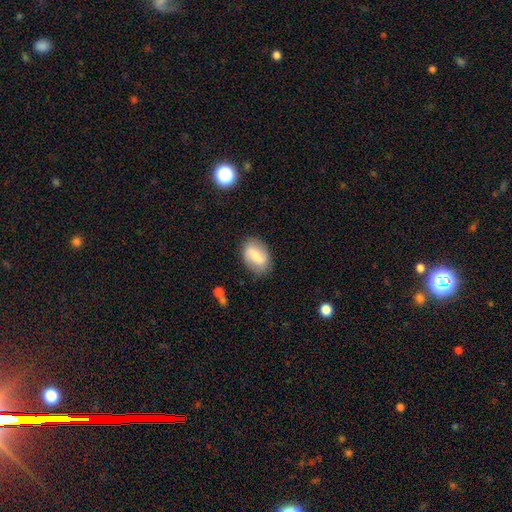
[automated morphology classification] Smooth or featured: smooth — 60% (featured or disk — 33%)
How rounded: in between — 85% (round — 13%)
Merging: none — 81% (minor disturbance — 14%)